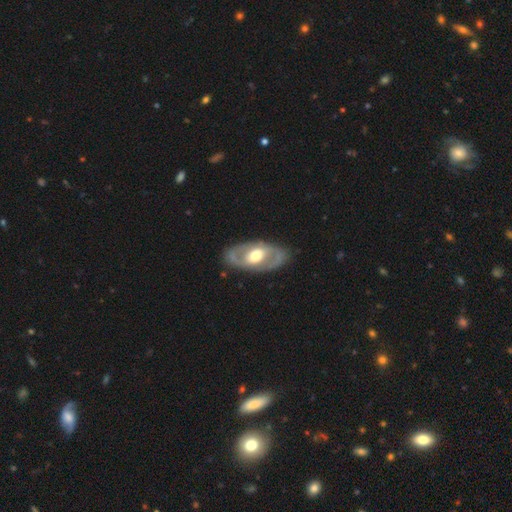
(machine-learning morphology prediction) featured or disk 73%, smooth 23%, star or artifact 4%. Down the decision tree: edge-on disk — no (92%); bar — no (50%); spiral arms — yes (56%); bulge size — moderate (67%); merging — none (85%).